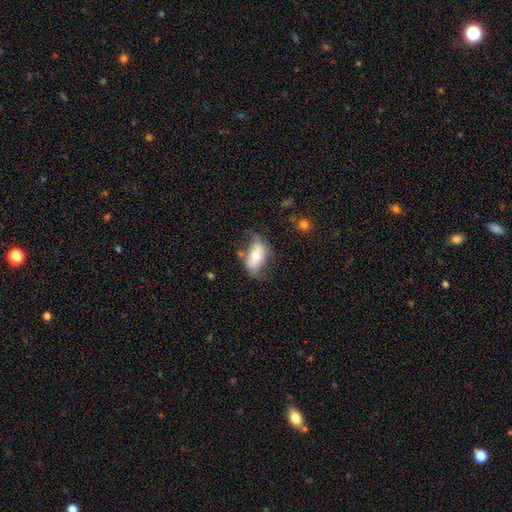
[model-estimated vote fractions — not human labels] Morphology: type=smooth (51%); roundness=in between (88%); merging=none (45%).